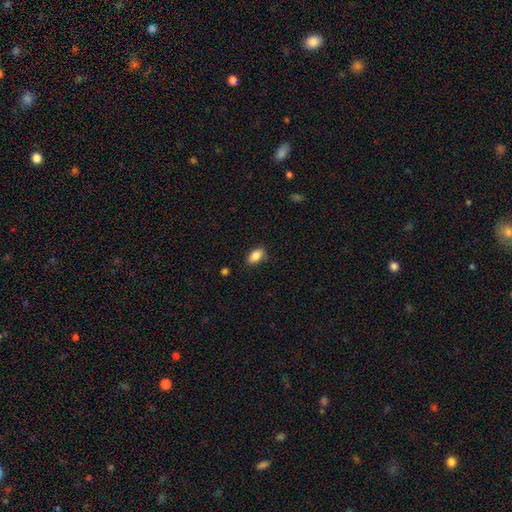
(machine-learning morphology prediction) A smooth galaxy with no disk features (87%) that is in between round and cigar-shaped (90%).

Vote fractions:
- Smooth or featured? smooth: 87% / star or artifact: 8% / featured or disk: 5%
- How rounded? in between: 90% / round: 7% / cigar-shaped: 3%
- Merging? none: 81% / minor disturbance: 15% / major disturbance: 3% / merger: 1%